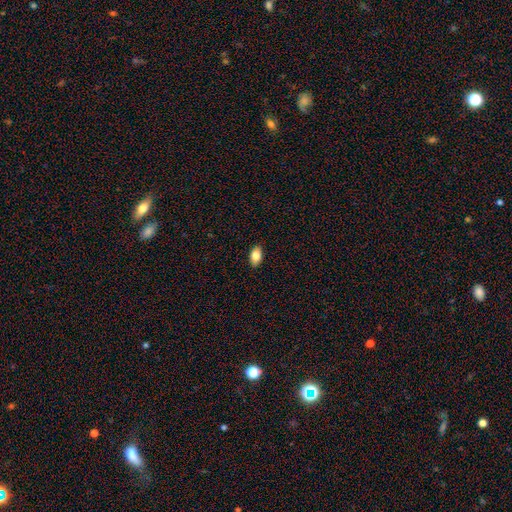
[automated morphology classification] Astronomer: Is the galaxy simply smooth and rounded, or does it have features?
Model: smooth — 83%.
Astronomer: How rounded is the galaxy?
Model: in between — 91%.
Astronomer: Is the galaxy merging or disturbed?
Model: none — 89%.